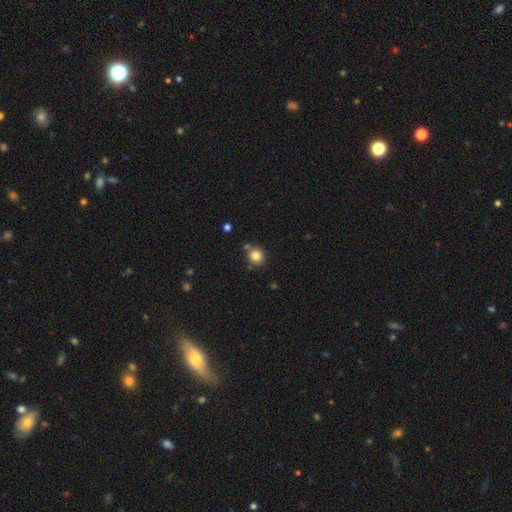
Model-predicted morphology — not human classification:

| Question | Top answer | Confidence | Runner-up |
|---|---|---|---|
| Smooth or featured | smooth | 83% | star or artifact (11%) |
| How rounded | round | 87% | in between (12%) |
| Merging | none | 77% | minor disturbance (11%) |